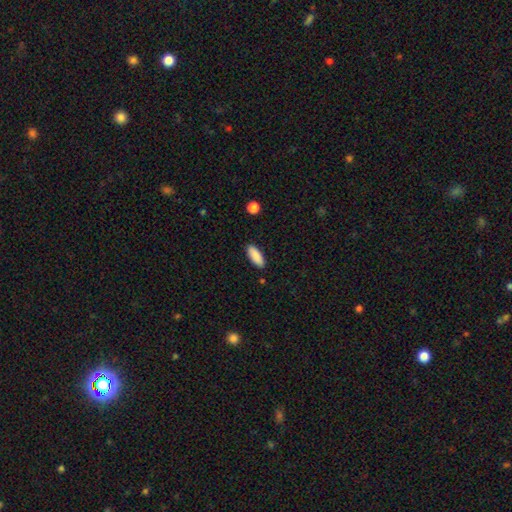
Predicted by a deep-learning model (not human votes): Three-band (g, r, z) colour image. It shows a smooth galaxy with no disk features (89%) that is in between round and cigar-shaped (73%). Merging: none (88%).